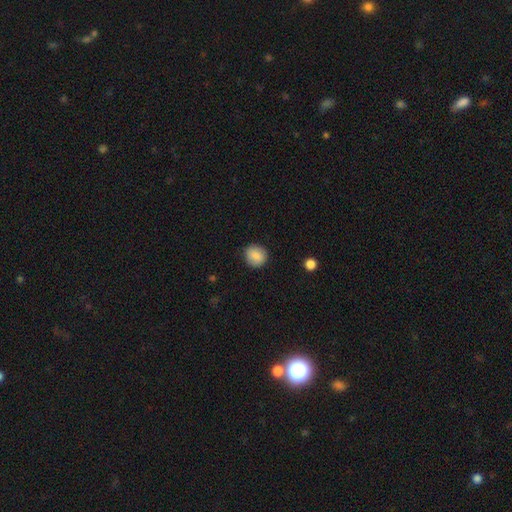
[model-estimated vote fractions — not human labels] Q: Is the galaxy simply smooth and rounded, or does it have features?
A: smooth — 84%.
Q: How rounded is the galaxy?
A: round — 89%.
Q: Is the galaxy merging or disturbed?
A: none — 89%.